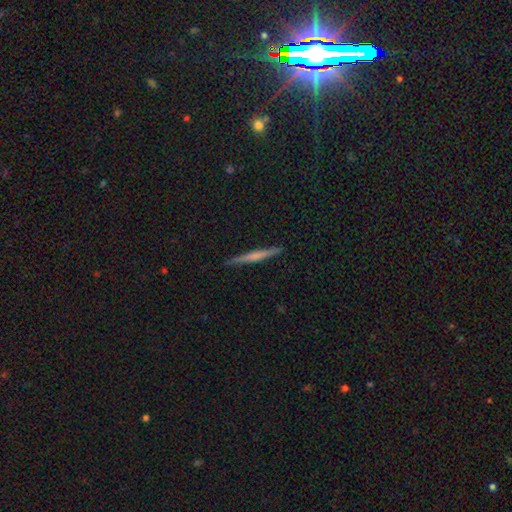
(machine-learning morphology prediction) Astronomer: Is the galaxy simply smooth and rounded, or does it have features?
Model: featured or disk — 50% (runner-up: smooth, 44%).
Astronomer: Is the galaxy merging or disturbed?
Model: none — 91%.